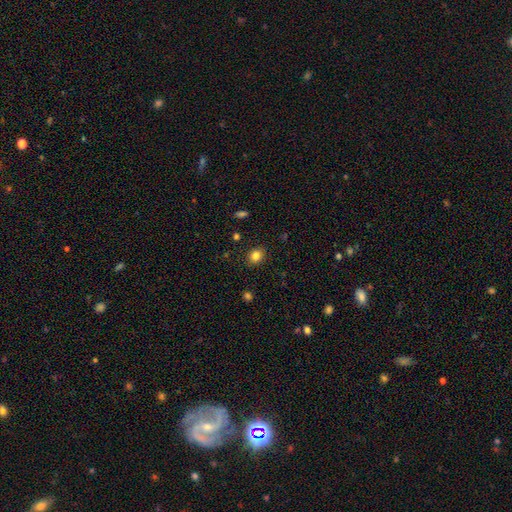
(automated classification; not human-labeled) Smooth or featured? smooth (82%)
How rounded? round (61%)
Merging? none (89%)